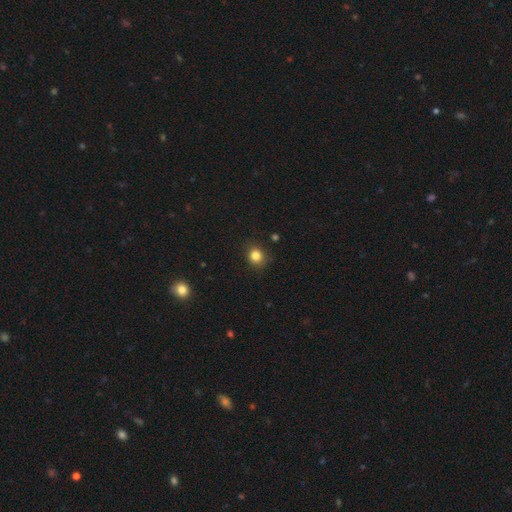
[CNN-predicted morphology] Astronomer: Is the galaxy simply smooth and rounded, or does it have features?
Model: smooth — 83%.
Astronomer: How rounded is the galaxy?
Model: round — 78%.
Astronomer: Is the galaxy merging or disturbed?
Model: none — 84%.